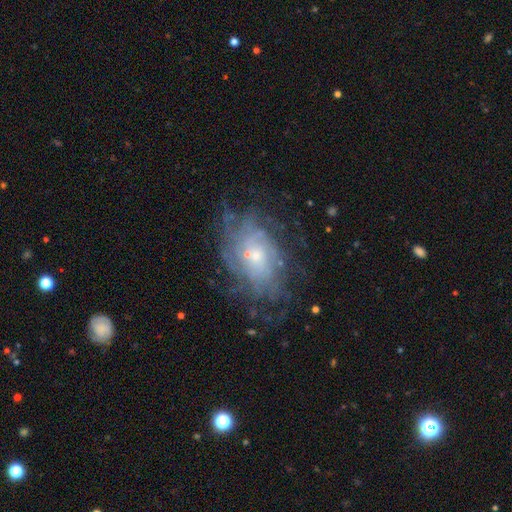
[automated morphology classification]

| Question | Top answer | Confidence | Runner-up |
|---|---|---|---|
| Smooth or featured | featured or disk | 75% | smooth (15%) |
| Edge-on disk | no | 96% | yes (4%) |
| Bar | no | 77% | weak (19%) |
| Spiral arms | yes | 81% | no (19%) |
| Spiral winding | tight | 61% | medium (27%) |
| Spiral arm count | can't tell | 54% | more than 4 (16%) |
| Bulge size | small | 70% | moderate (23%) |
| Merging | none | 66% | minor disturbance (18%) |